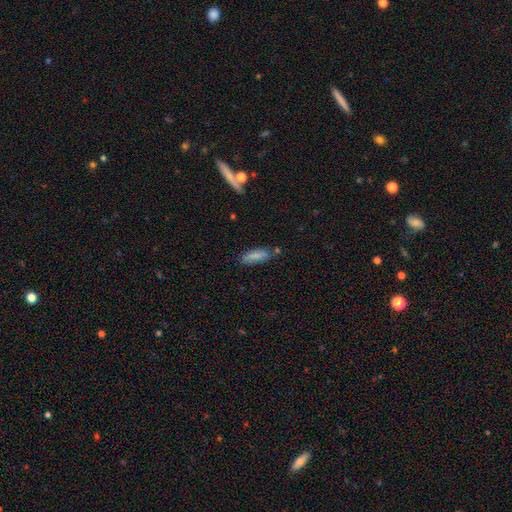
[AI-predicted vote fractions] Smooth or featured?
  - smooth: 81% *
  - featured or disk: 12%
  - star or artifact: 7%
How rounded?
  - in between: 59% *
  - cigar-shaped: 39%
  - round: 2%
Merging?
  - none: 69% *
  - minor disturbance: 20%
  - merger: 7%
  - major disturbance: 4%